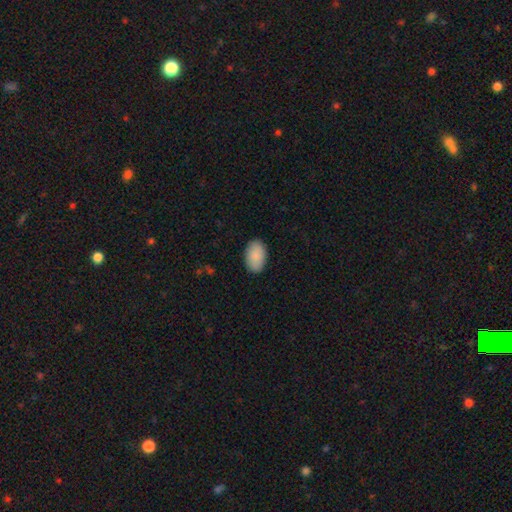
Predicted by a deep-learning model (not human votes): A smooth galaxy with no disk features (90%) that is in between round and cigar-shaped (93%). Merging: none (88%).